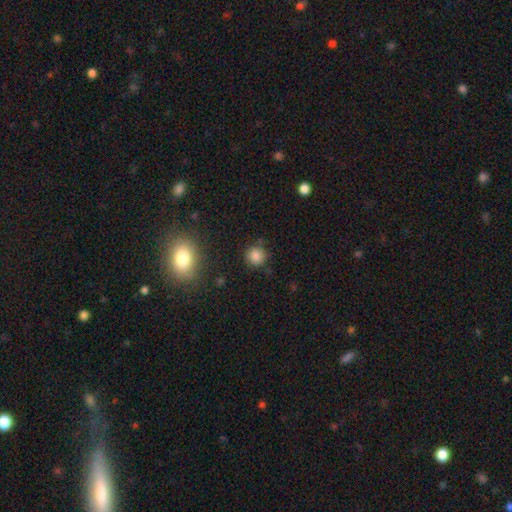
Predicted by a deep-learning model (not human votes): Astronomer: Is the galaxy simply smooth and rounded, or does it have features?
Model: smooth — 83%.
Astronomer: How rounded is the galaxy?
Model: round — 90%.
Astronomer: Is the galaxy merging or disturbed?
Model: none — 82%.